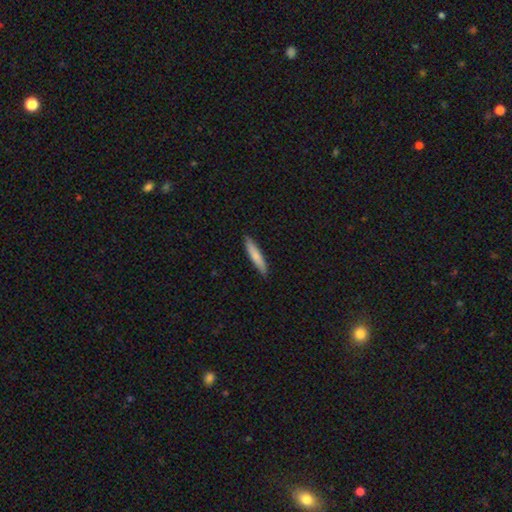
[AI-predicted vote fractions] Smooth or featured? smooth (78%)
How rounded? cigar-shaped (87%)
Merging? none (88%)